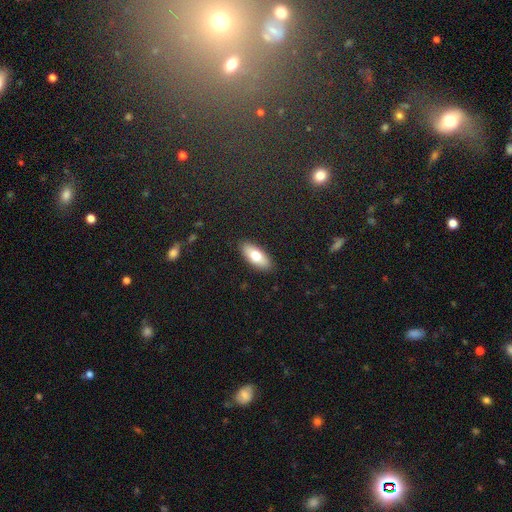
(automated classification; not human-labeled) Smooth or featured? smooth (73%)
How rounded? in between (84%)
Merging? none (89%)